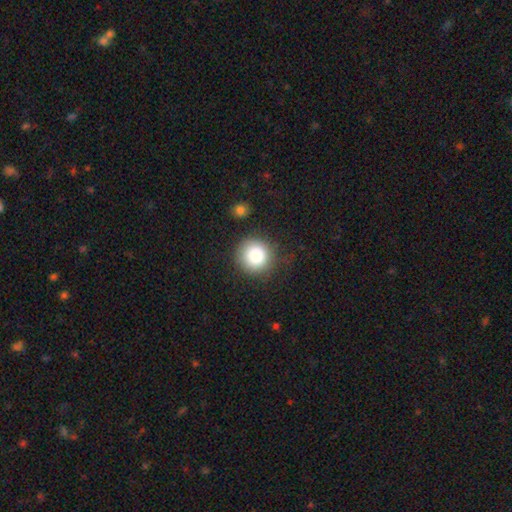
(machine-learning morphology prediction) Overall: smooth (84%). How rounded: round (94%). Merging: none (82%).